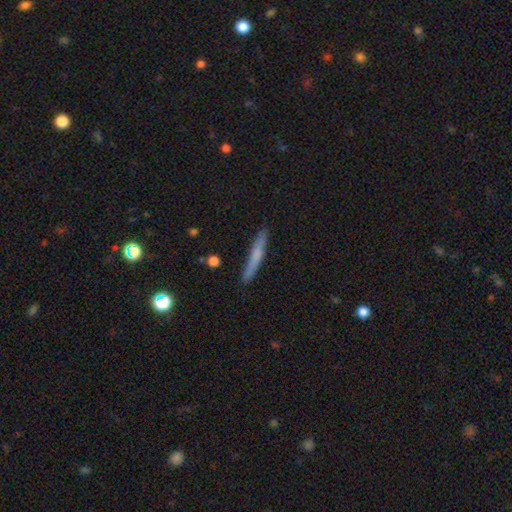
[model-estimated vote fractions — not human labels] Q: Smooth or featured?
A: smooth (61%); runner-up: featured or disk (33%)
Q: How rounded?
A: cigar-shaped (95%); runner-up: in between (3%)
Q: Merging?
A: none (88%); runner-up: minor disturbance (9%)